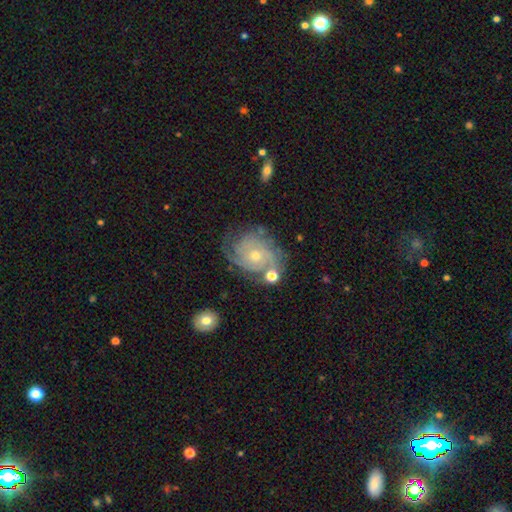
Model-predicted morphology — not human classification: A featured or disk galaxy (82%) with no bar (79%), tight (70%) spiral arms (95%) and a small central bulge (54%).

Vote fractions:
- Smooth or featured? featured or disk: 82% / smooth: 10% / star or artifact: 8%
- Edge-on disk? no: 97% / yes: 3%
- Bar? no: 79% / weak: 17% / strong: 3%
- Spiral arms? yes: 95% / no: 5%
- Spiral winding? tight: 70% / medium: 24% / loose: 6%
- Spiral arm count? can't tell: 30% / 3: 26% / 2: 20% / 4: 12% / more than 4: 6% / 1: 6%
- Bulge size? small: 54% / moderate: 42% / large: 1% / none: 1% / dominant: 1%
- Merging? none: 68% / minor disturbance: 19% / major disturbance: 8% / merger: 5%